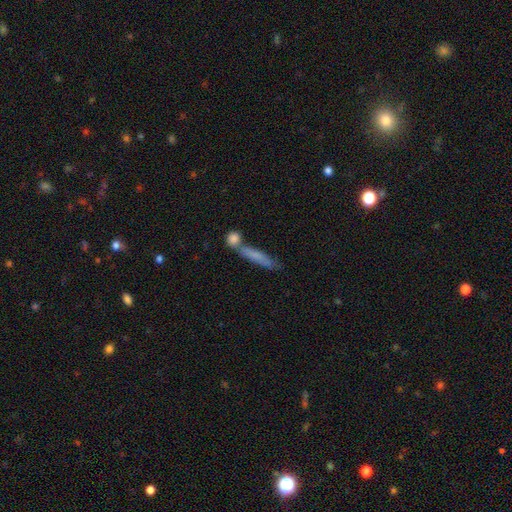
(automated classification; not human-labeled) Q: Smooth or featured?
A: smooth (67%); runner-up: featured or disk (24%)
Q: How rounded?
A: cigar-shaped (84%); runner-up: in between (13%)
Q: Merging?
A: none (52%); runner-up: merger (29%)